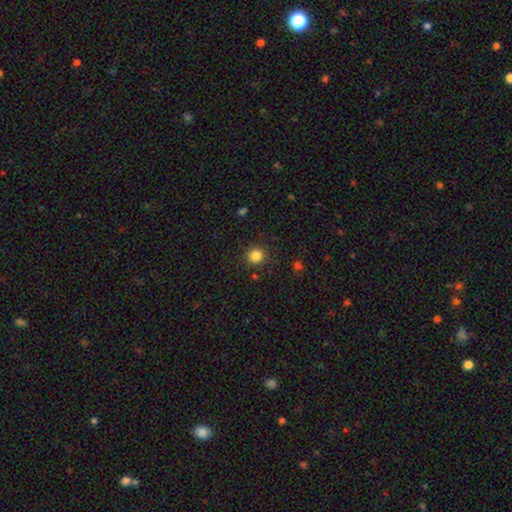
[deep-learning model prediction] This is clearly a smooth galaxy (84%). How rounded: clearly round (92%). Merging: clearly none (88%).